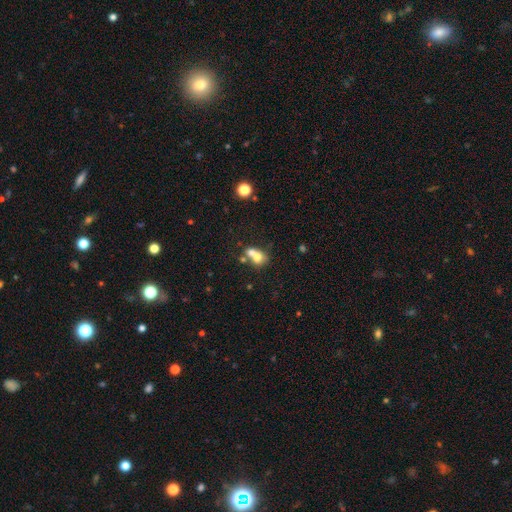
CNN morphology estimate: smooth-or-featured: smooth: 67% | featured or disk: 22% | star or artifact: 12%
  how-rounded: round: 58% | in between: 41% | cigar-shaped: 1%
  merging: merger: 63% | none: 25% | minor disturbance: 7% | major disturbance: 4%